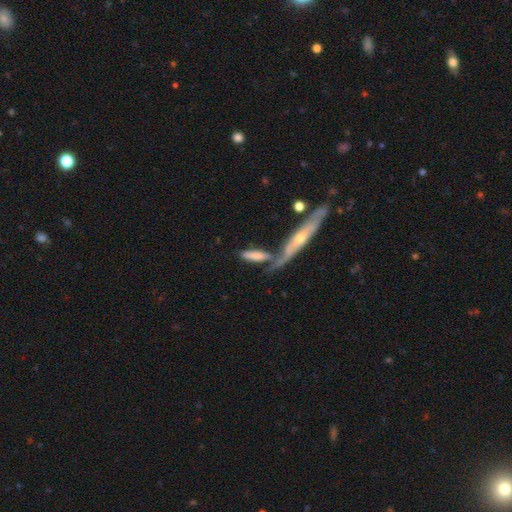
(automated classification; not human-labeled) Morphology: type=smooth (65%); roundness=cigar-shaped (65%); merging=merger (44%).